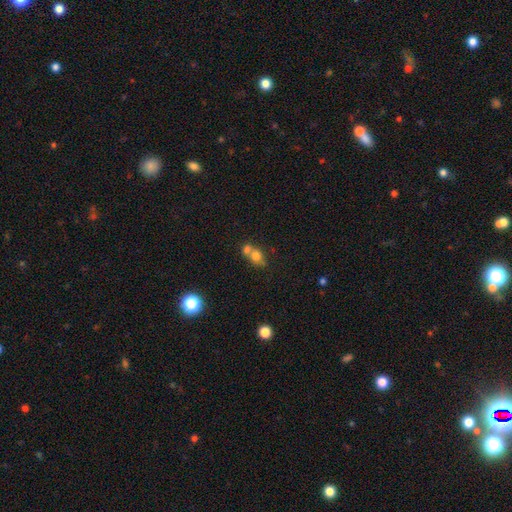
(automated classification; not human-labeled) Smooth or featured? Predicted: smooth (p=0.72). How rounded? Predicted: round (p=0.55). Merging? Predicted: merger (p=0.58).